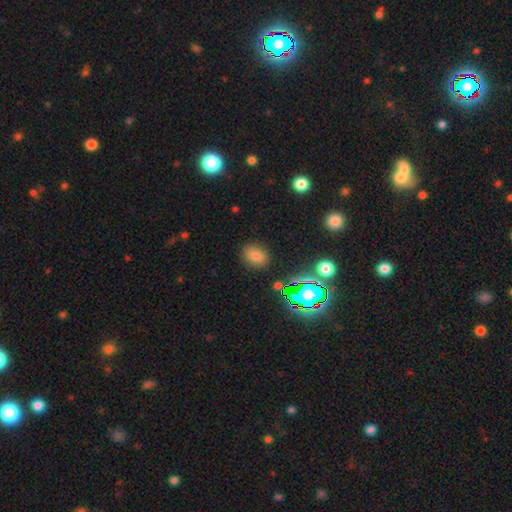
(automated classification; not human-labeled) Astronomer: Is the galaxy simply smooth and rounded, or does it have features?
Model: smooth — 73%.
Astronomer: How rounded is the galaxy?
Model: in between — 53% (runner-up: round, 45%).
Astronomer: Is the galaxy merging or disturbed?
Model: none — 85%.